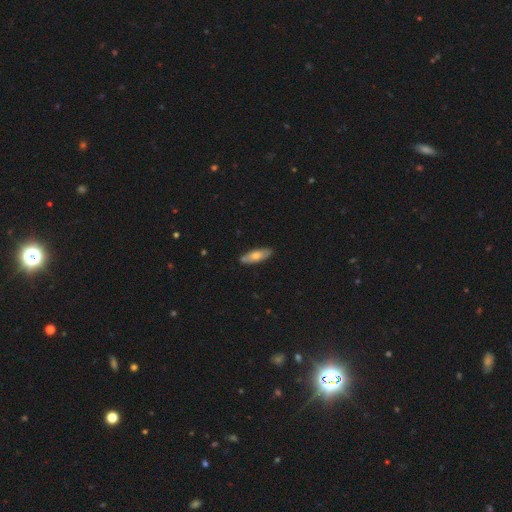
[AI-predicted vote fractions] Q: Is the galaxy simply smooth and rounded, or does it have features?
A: smooth — 63%.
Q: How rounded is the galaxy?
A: in between — 59%.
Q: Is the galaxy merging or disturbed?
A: none — 83%.